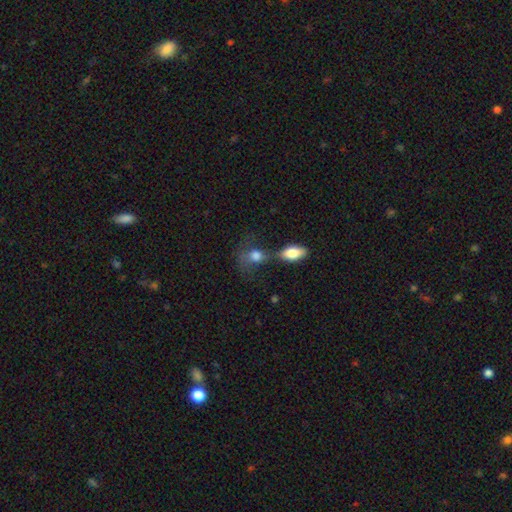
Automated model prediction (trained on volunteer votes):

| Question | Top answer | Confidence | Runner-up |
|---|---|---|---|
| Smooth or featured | smooth | 76% | featured or disk (14%) |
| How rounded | in between | 56% | round (41%) |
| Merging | merger | 38% | none (27%) |